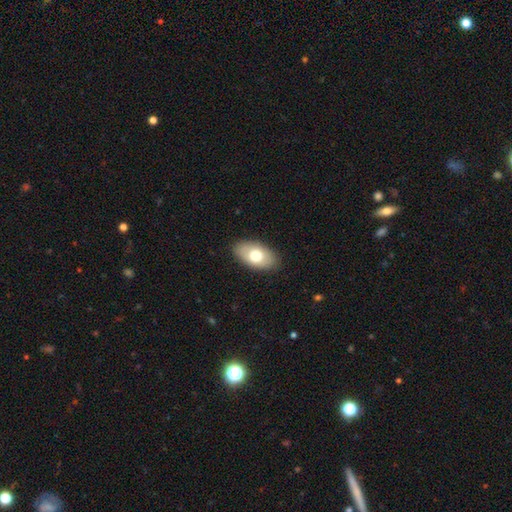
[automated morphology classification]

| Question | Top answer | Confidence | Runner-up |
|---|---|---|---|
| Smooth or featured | smooth | 72% | featured or disk (22%) |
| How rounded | in between | 93% | round (5%) |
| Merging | none | 87% | minor disturbance (10%) |